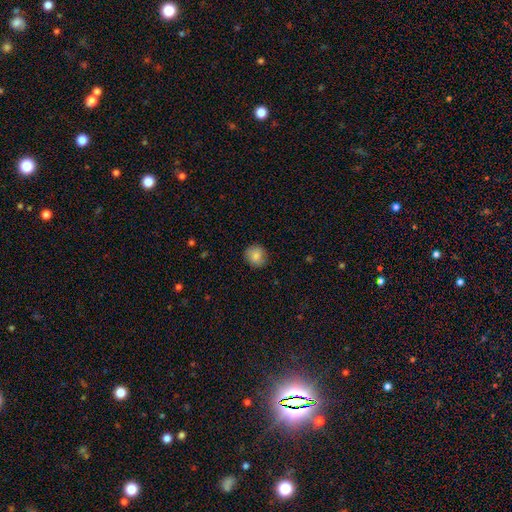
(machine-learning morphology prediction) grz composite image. It shows a smooth galaxy with no disk features (85%) that is round (86%). Merging: none (85%).